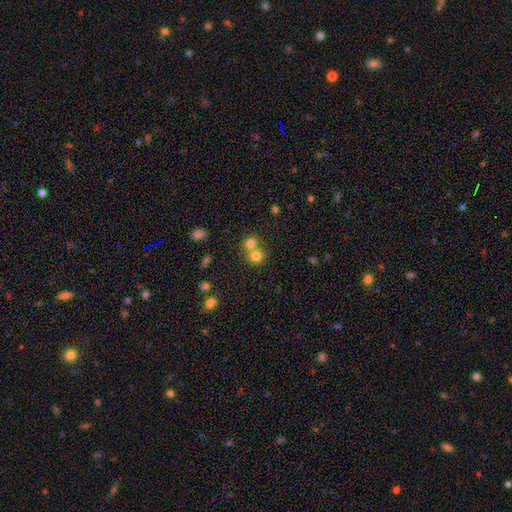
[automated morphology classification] Overall: smooth (77%). How rounded: round (86%). Merging: merger (50%; none 43%).